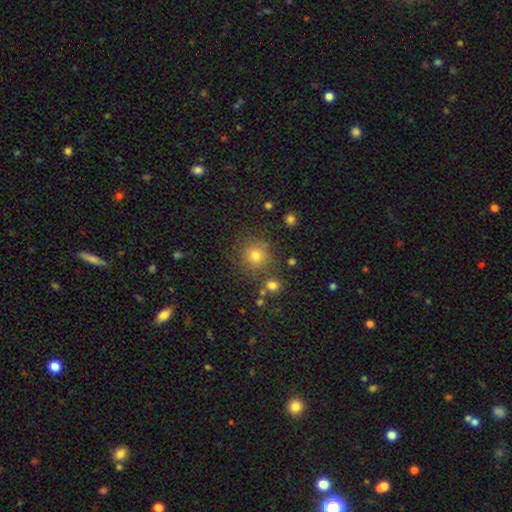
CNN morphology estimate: smooth_or_featured: smooth (p=0.76) [alt: star or artifact p=0.17]
how_rounded: round (p=0.92) [alt: in between p=0.07]
merging: none (p=0.80) [alt: minor disturbance p=0.10]